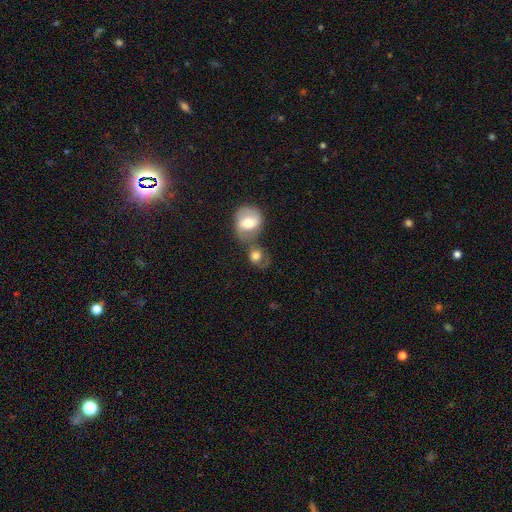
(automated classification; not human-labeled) Morphology: type=smooth (62%); roundness=round (67%); merging=merger (50%).